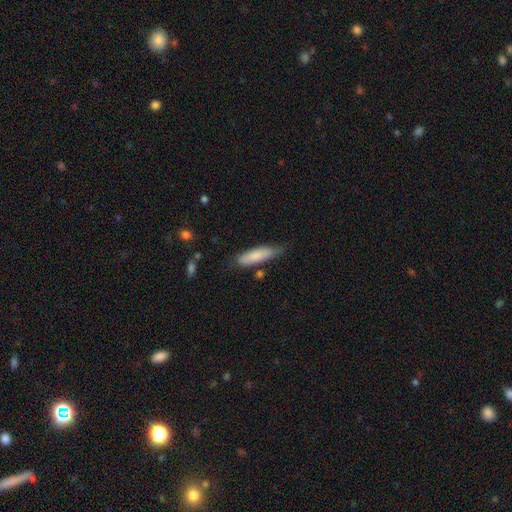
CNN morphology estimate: Q: Smooth or featured?
A: smooth (80%); runner-up: featured or disk (14%)
Q: How rounded?
A: cigar-shaped (68%); runner-up: in between (31%)
Q: Merging?
A: none (69%); runner-up: minor disturbance (23%)